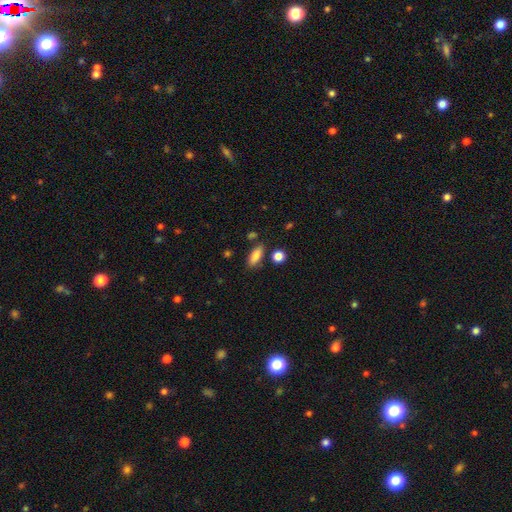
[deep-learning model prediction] Overall: smooth (85%). How rounded: in between (73%). Merging: none (81%).